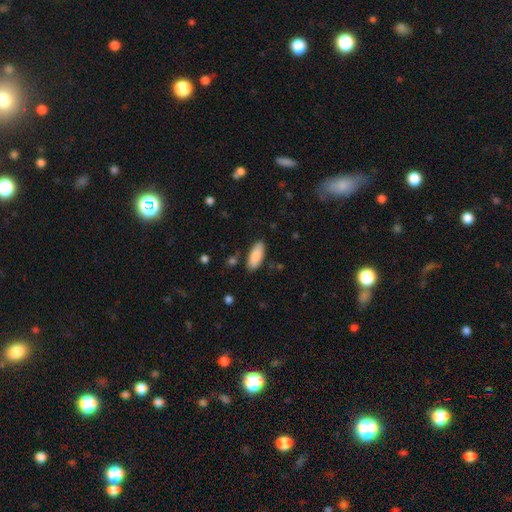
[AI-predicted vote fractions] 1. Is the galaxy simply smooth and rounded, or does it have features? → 88% smooth, 6% featured or disk, 6% star or artifact.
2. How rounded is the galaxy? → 80% in between, 18% cigar-shaped, 2% round.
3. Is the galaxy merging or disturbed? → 85% none, 10% minor disturbance, 2% merger, 2% major disturbance.